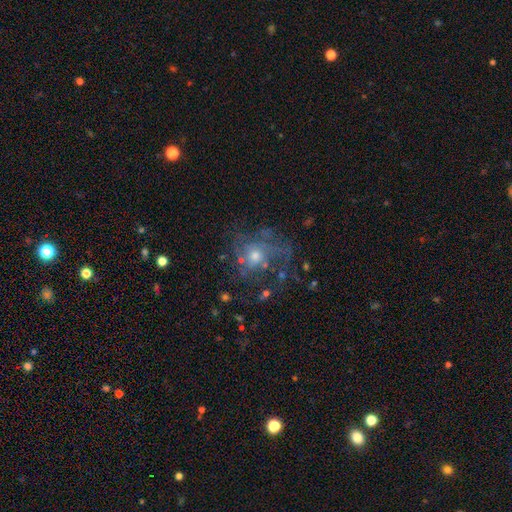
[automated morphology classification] This is possibly a featured or disk galaxy (60%). It is clearly not viewed edge-on (97%). Bar: clearly no (83%). Spiral arm pattern: likely yes (61%). Central bulge: possibly moderate (53%). Merging: possibly none (53%).